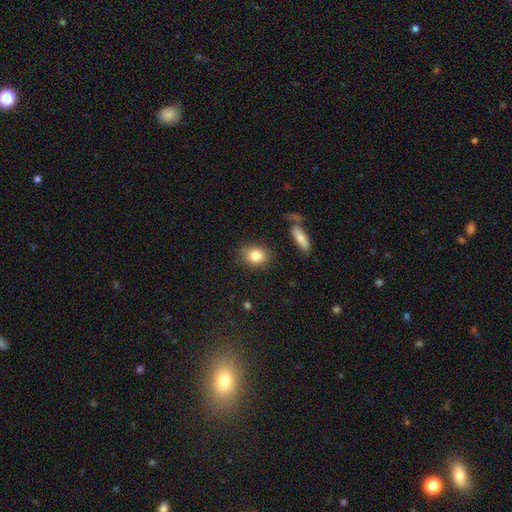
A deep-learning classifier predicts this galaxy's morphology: smooth_or_featured: smooth (p=0.83) [alt: featured or disk p=0.09]
how_rounded: round (p=0.54) [alt: in between p=0.45]
merging: none (p=0.80) [alt: minor disturbance p=0.13]